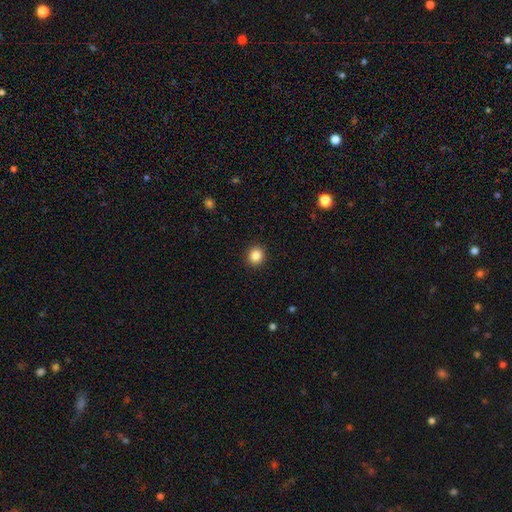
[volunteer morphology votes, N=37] Smooth or featured: smooth — 92% (star or artifact — 5%)
How rounded: round — 82% (in between — 15%)
Merging: none — 94% (minor disturbance — 6%)